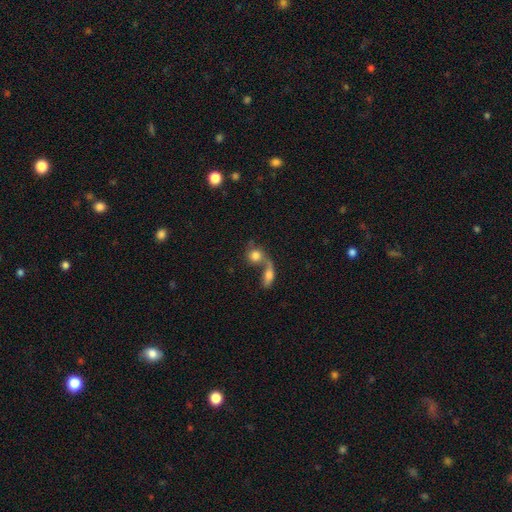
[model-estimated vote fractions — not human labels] Smooth or featured? Predicted: smooth (p=0.69). How rounded? Predicted: round (p=0.71). Merging? Predicted: merger (p=0.63).